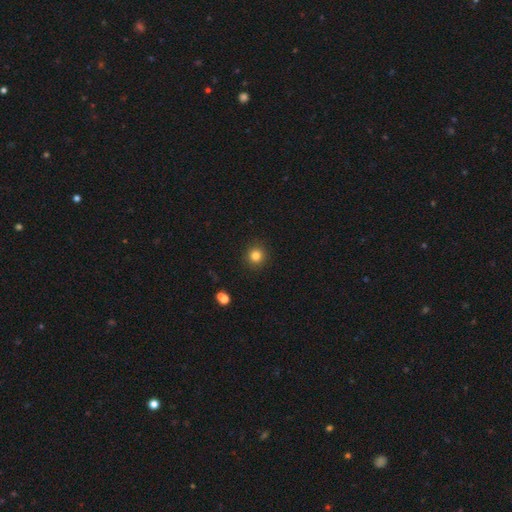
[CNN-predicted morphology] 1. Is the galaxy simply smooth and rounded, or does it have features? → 82% smooth, 12% star or artifact, 5% featured or disk.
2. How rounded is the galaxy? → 93% round, 6% in between, 1% cigar-shaped.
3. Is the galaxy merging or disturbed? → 91% none, 6% minor disturbance, 2% major disturbance, 1% merger.